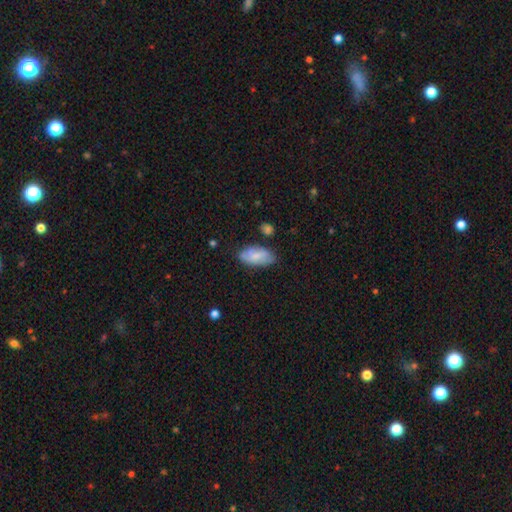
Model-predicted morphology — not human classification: Smooth or featured? smooth (72%)
How rounded? in between (93%)
Merging? none (66%)